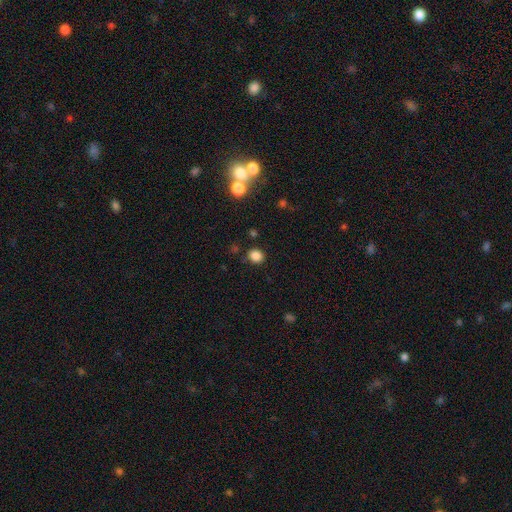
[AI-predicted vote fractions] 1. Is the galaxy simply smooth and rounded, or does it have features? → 84% smooth, 12% star or artifact, 4% featured or disk.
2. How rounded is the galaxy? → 74% round, 25% in between, 1% cigar-shaped.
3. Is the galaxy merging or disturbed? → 85% none, 9% minor disturbance, 3% major disturbance, 3% merger.